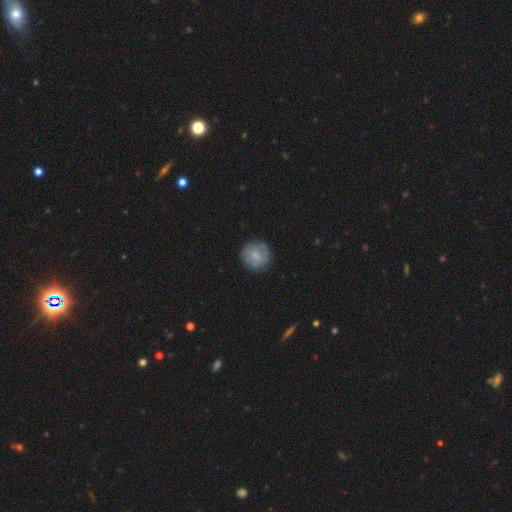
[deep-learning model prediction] smooth 63%, featured or disk 30%, star or artifact 8%. Down the decision tree: how rounded — round (93%); merging — none (79%).